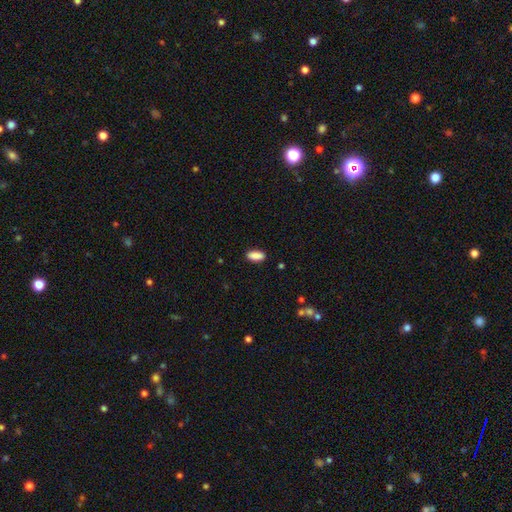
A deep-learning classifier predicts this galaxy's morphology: A smooth galaxy with no disk features (89%) that is in between round and cigar-shaped (85%). Merging: none (88%).